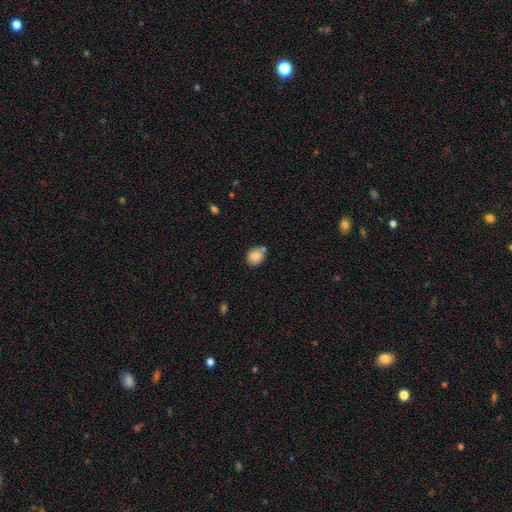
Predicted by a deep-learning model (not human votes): The model was most divided on "how rounded": round: 58%, in between: 41%, cigar-shaped: 1%. More confident: smooth or featured — smooth (84%); merging — none (67%).